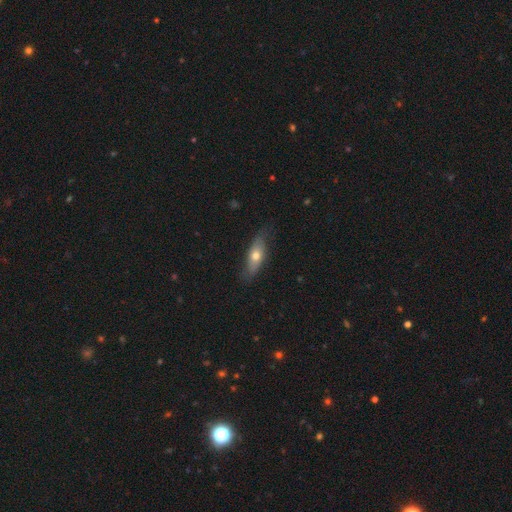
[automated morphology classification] smooth_or_featured: smooth (p=0.61) [alt: featured or disk p=0.33]
how_rounded: in between (p=0.64) [alt: cigar-shaped p=0.32]
merging: none (p=0.73) [alt: minor disturbance p=0.21]